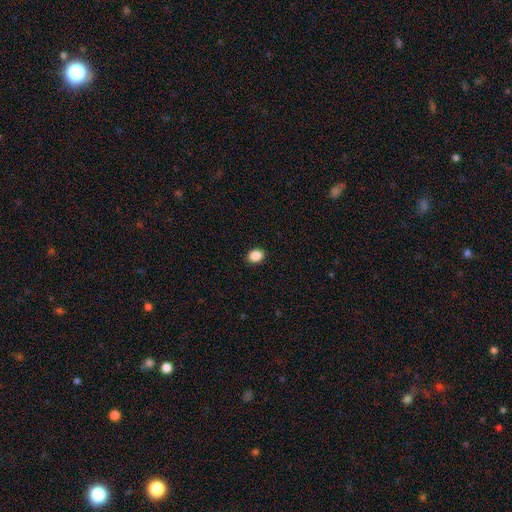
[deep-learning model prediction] smooth 88%, star or artifact 9%, featured or disk 3%. Down the decision tree: how rounded — round (55%); merging — none (92%).